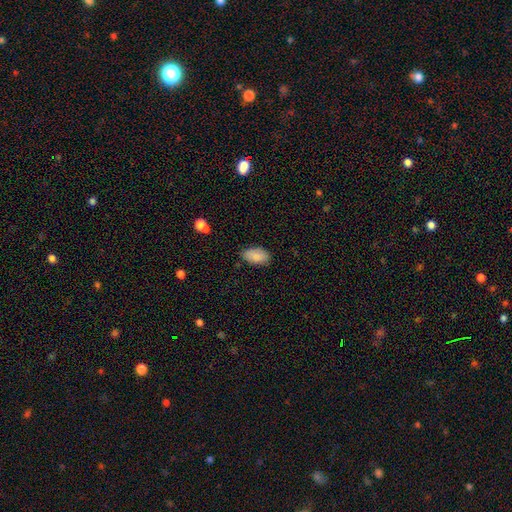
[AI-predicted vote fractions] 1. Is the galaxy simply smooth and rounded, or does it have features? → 87% smooth, 7% star or artifact, 6% featured or disk.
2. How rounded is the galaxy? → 94% in between, 4% round, 2% cigar-shaped.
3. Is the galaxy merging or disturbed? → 80% none, 15% minor disturbance, 3% major disturbance, 1% merger.